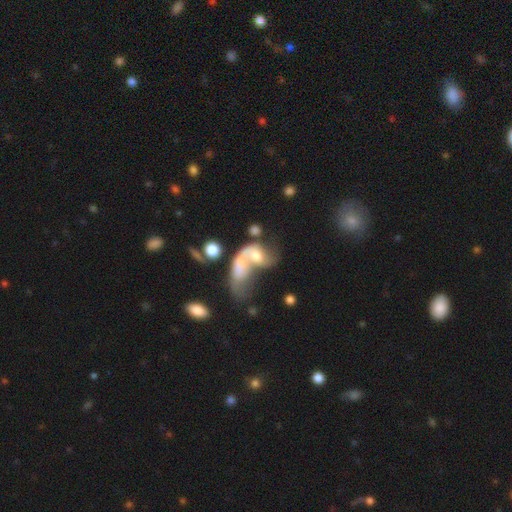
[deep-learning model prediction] Smooth or featured? Predicted: featured or disk (p=0.49). Merging? Predicted: merger (p=0.69).